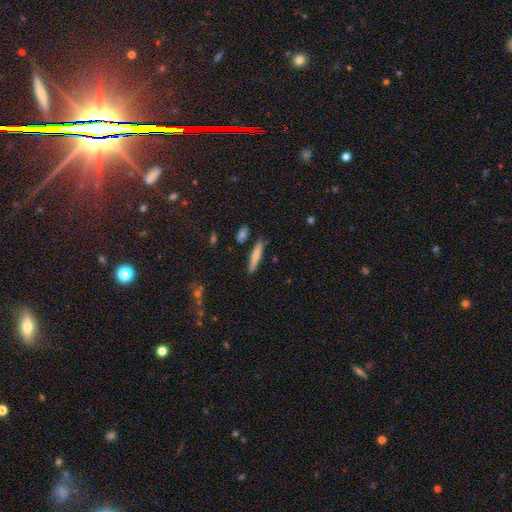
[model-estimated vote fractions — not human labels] Smooth or featured? Predicted: smooth (p=0.74). How rounded? Predicted: cigar-shaped (p=0.91). Merging? Predicted: none (p=0.83).